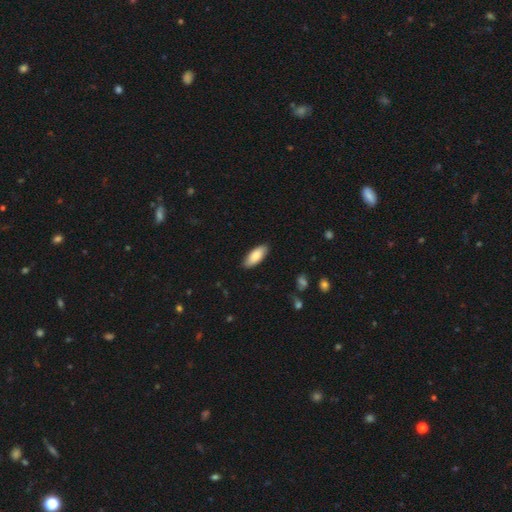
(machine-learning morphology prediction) smooth 84%, featured or disk 10%, star or artifact 6%. Down the decision tree: how rounded — in between (81%); merging — none (87%).